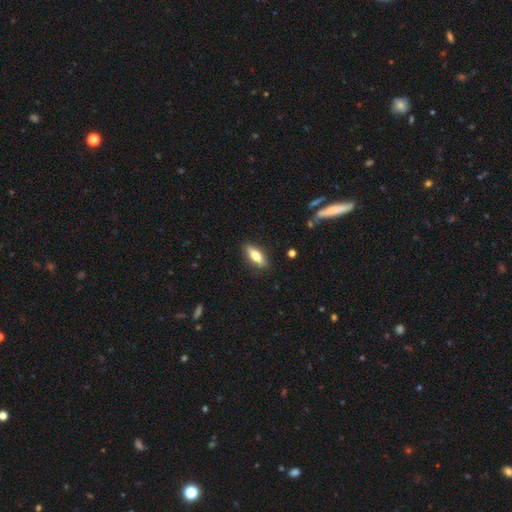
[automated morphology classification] This appears to be a smooth galaxy with no disk features (66%) that is in between round and cigar-shaped (63%). Merging: none (88%).